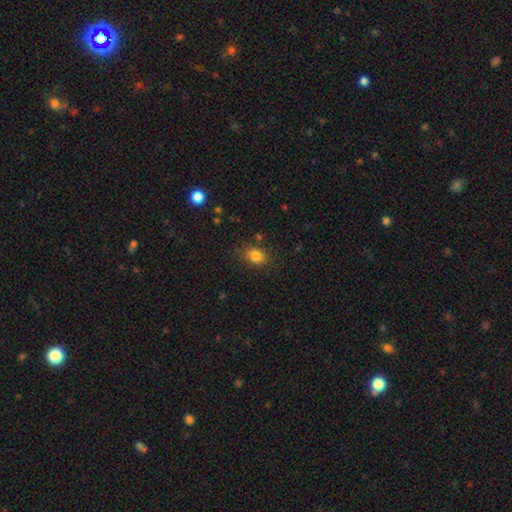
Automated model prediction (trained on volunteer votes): This appears to be a smooth galaxy with no disk features (82%) that is in between round and cigar-shaped (66%). Merging: none (82%).